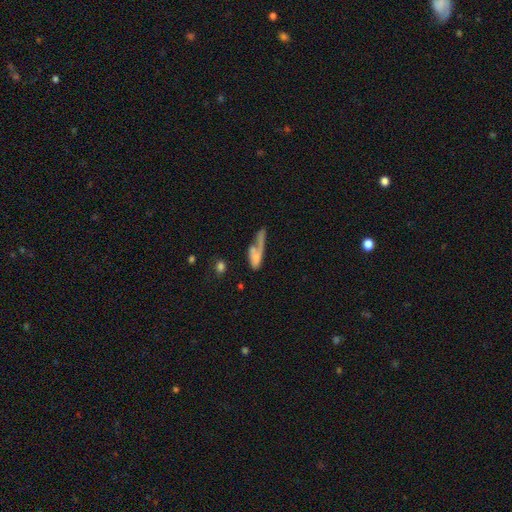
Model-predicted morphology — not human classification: Overall: smooth (52%; featured or disk 39%). How rounded: in between (55%; cigar-shaped 39%). Merging: merger (34%; major disturbance 28%).